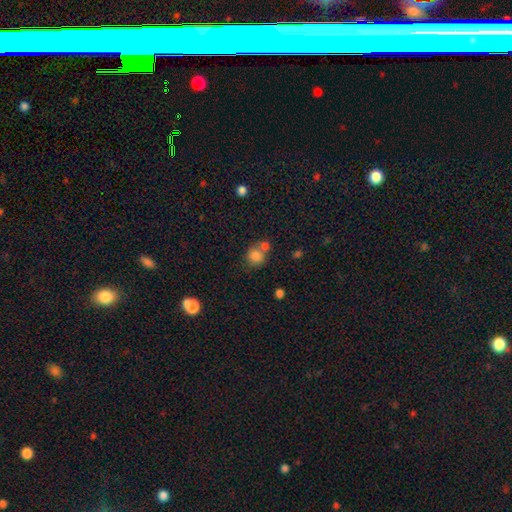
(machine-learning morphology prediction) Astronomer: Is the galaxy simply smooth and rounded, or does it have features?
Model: smooth — 81%.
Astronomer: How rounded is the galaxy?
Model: round — 79%.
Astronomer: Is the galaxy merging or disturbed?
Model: none — 46% (runner-up: merger, 40%).